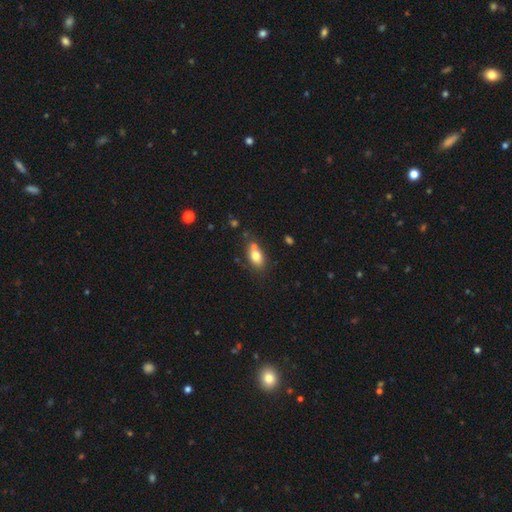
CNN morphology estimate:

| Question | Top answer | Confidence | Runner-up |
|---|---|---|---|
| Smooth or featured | smooth | 77% | featured or disk (14%) |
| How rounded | in between | 82% | round (15%) |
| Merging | none | 57% | merger (21%) |